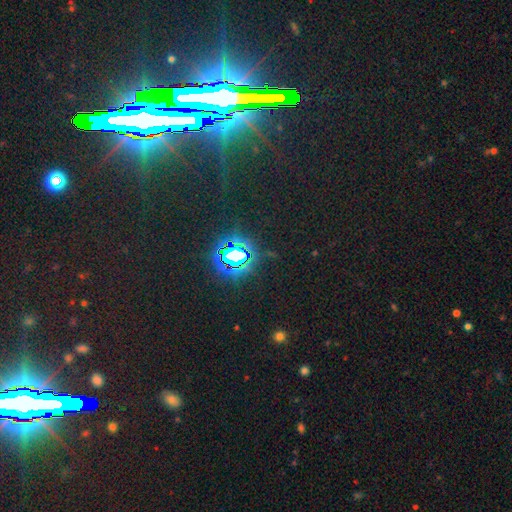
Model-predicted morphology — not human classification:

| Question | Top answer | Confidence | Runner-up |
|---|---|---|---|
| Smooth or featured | star or artifact | 82% | smooth (9%) |